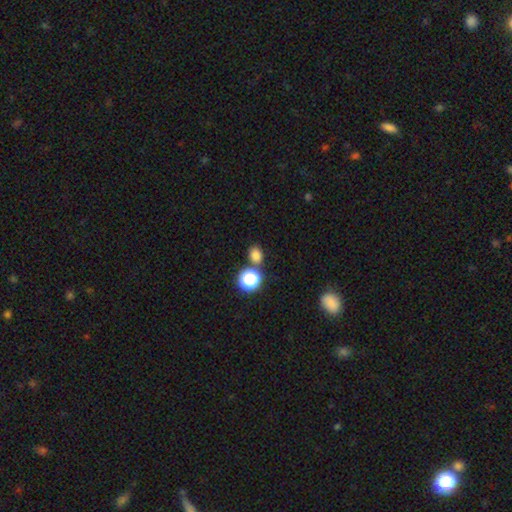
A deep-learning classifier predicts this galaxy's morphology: smooth 77%, star or artifact 19%, featured or disk 5%. Down the decision tree: how rounded — round (55%); merging — none (75%).